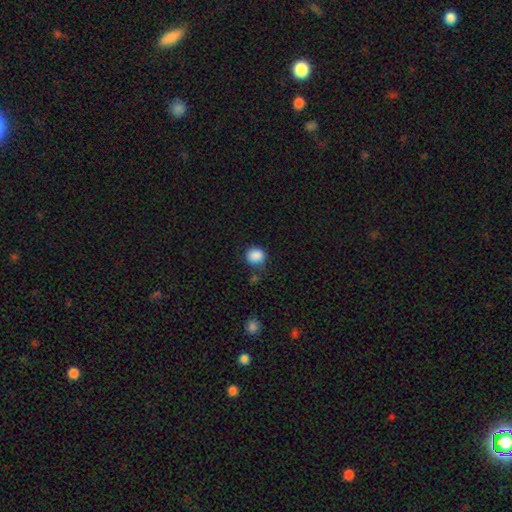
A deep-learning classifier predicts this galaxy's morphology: smooth-or-featured: smooth: 88% | star or artifact: 9% | featured or disk: 4%
  how-rounded: round: 78% | in between: 21% | cigar-shaped: 1%
  merging: none: 69% | minor disturbance: 21% | major disturbance: 6% | merger: 4%